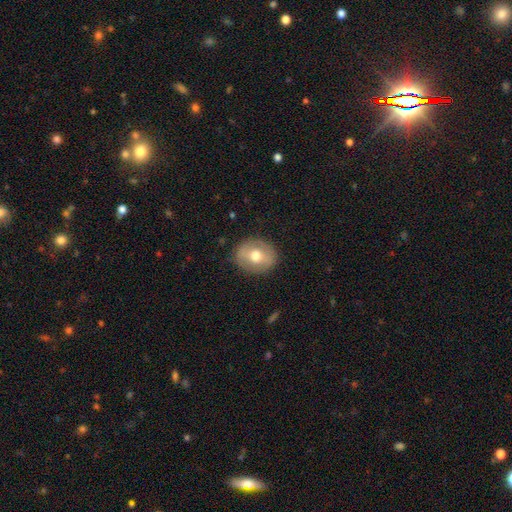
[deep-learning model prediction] This appears to be a smooth galaxy with no disk features (55%) that is round (58%). Merging: none (85%).